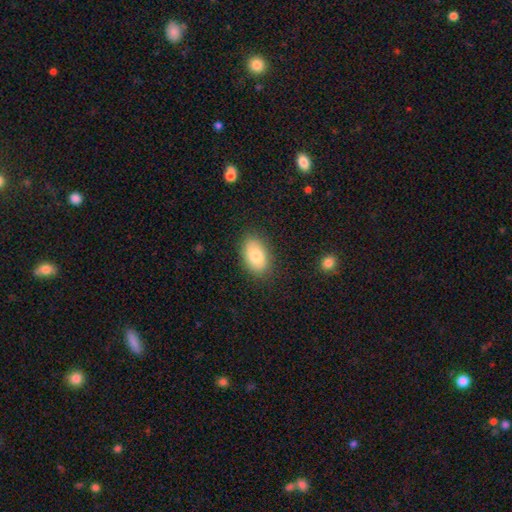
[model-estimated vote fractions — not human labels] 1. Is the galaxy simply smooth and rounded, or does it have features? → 80% smooth, 13% featured or disk, 7% star or artifact.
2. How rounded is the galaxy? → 91% in between, 7% round, 1% cigar-shaped.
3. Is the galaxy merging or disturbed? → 85% none, 11% minor disturbance, 3% major disturbance, 1% merger.